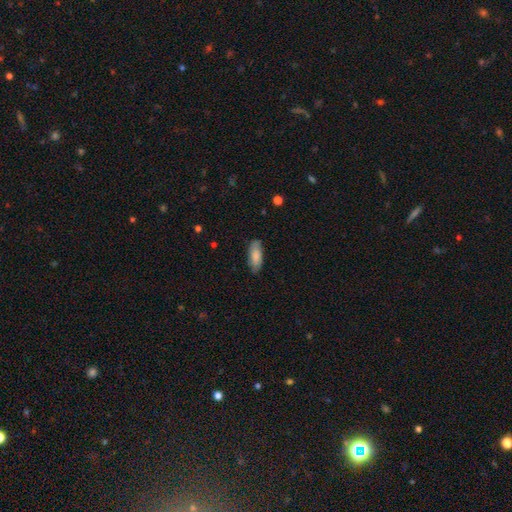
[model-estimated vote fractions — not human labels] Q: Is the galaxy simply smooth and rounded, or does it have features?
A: smooth — 78%.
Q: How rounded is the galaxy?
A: in between — 77%.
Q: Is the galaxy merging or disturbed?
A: none — 80%.